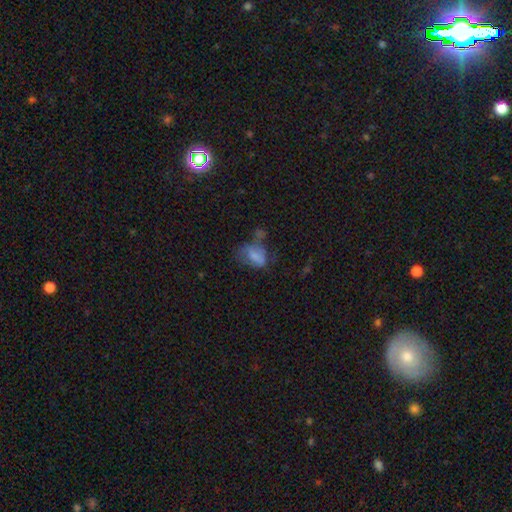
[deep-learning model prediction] Smooth or featured? Predicted: smooth (p=0.69). How rounded? Predicted: in between (p=0.83). Merging? Predicted: major disturbance (p=0.32).